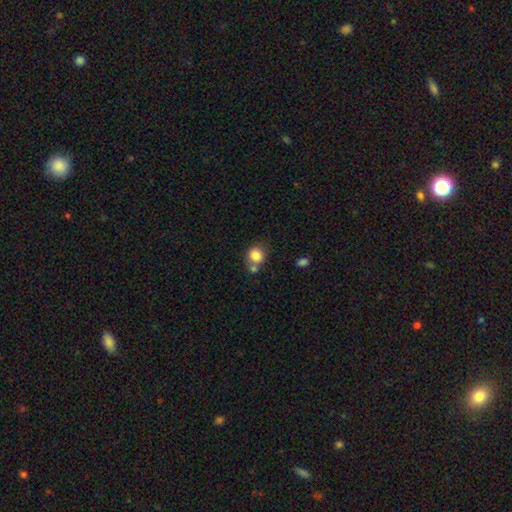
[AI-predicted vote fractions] smooth-or-featured: smooth: 84% | star or artifact: 9% | featured or disk: 7%
  how-rounded: round: 82% | in between: 17% | cigar-shaped: 1%
  merging: none: 55% | merger: 29% | minor disturbance: 12% | major disturbance: 4%